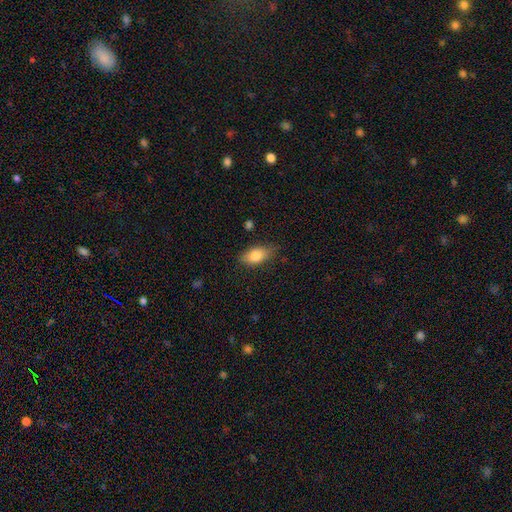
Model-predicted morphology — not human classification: Smooth or featured? Predicted: smooth (p=0.81). How rounded? Predicted: in between (p=0.88). Merging? Predicted: none (p=0.73).